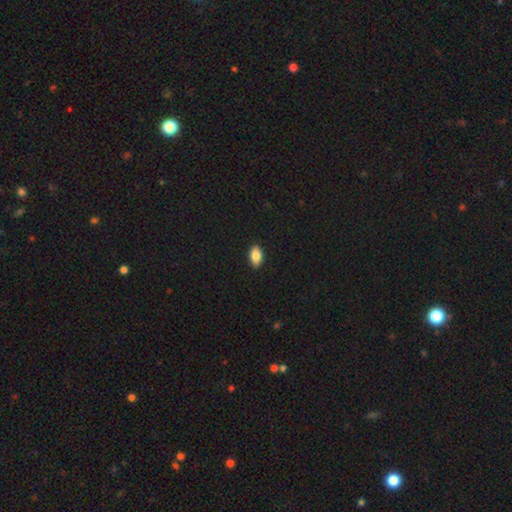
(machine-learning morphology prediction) Smooth or featured? smooth (83%)
How rounded? in between (91%)
Merging? none (90%)